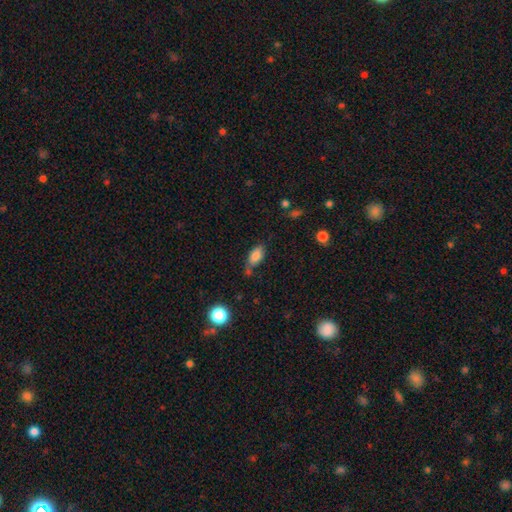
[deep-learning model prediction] smooth 82%, featured or disk 9%, star or artifact 9%. Down the decision tree: how rounded — in between (88%); merging — none (55%).